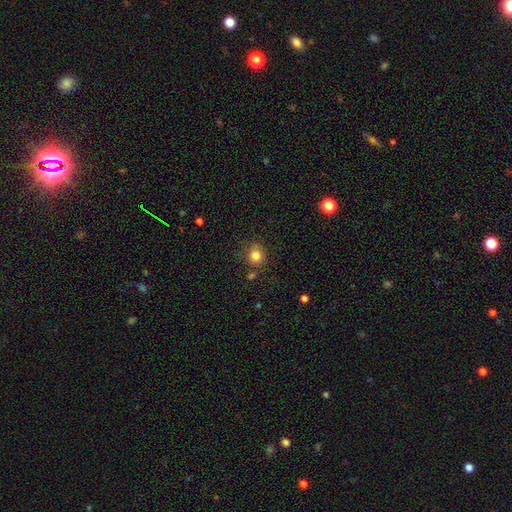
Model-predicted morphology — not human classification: This is clearly a smooth galaxy (82%). How rounded: clearly round (87%). Merging: likely none (76%).